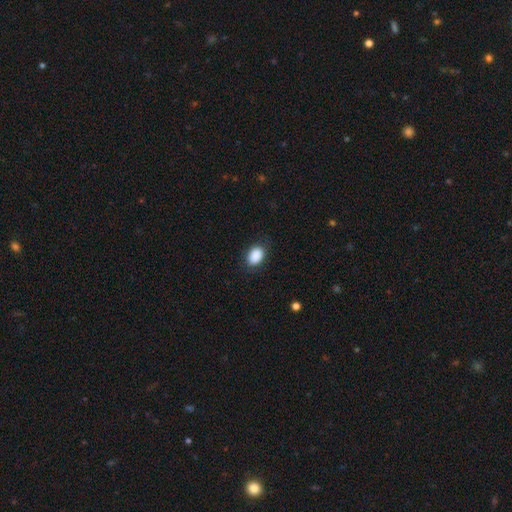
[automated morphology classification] Smooth or featured? smooth (89%)
How rounded? in between (78%)
Merging? none (84%)